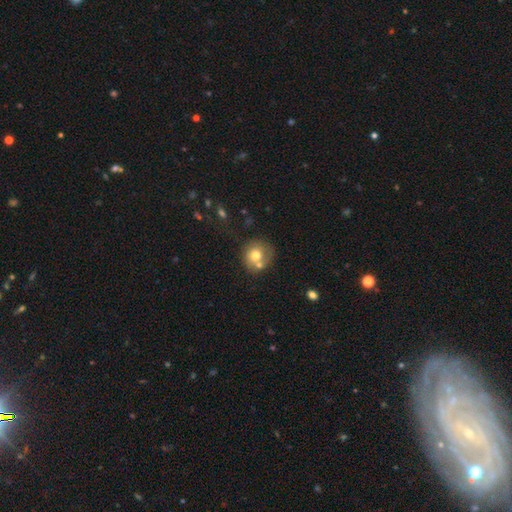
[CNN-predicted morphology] This is likely a smooth galaxy (70%). How rounded: clearly round (83%). Merging: possibly none (48%).